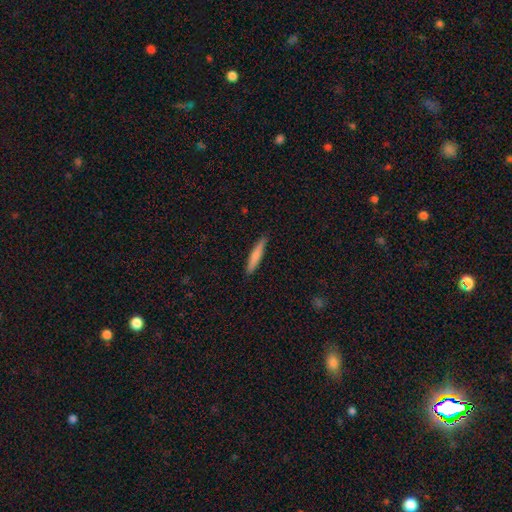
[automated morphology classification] The model was most divided on "smooth or featured": smooth: 73%, featured or disk: 21%, star or artifact: 6%. More confident: how rounded — cigar-shaped (92%); merging — none (89%).